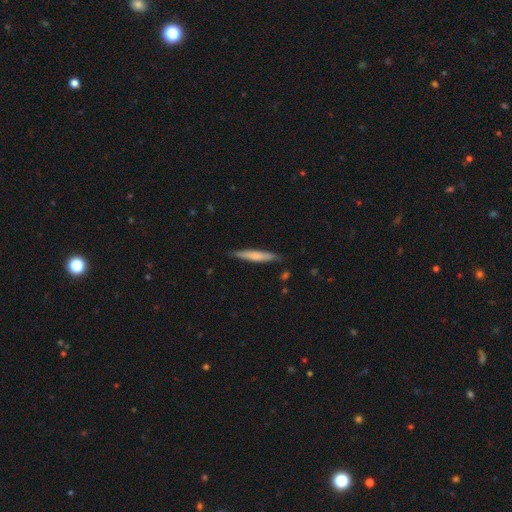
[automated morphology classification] A smooth galaxy with no disk features (66%) that is cigar-shaped (92%). Merging: none (83%).